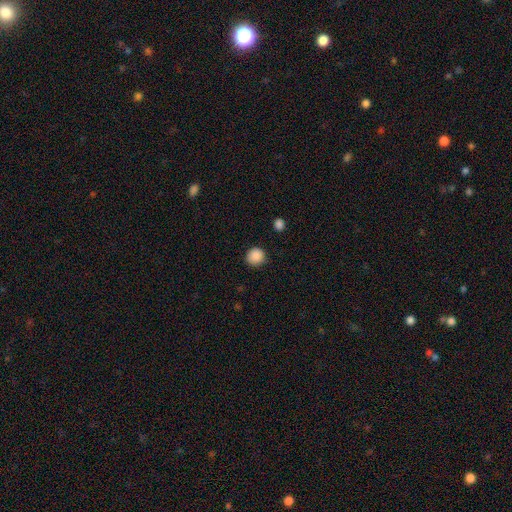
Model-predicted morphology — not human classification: A smooth galaxy with no disk features (88%) that is round (92%). Merging: none (88%).